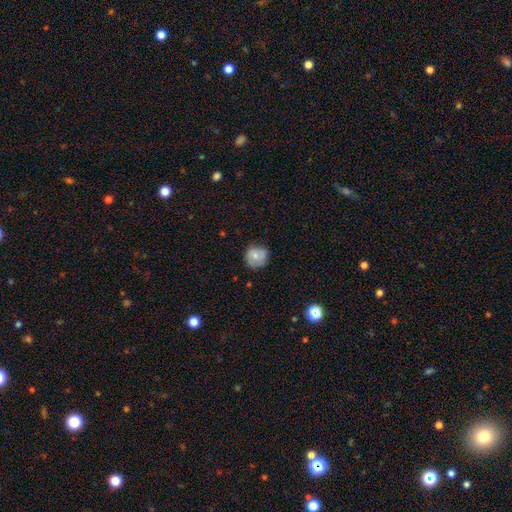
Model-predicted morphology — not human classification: Smooth or featured? smooth (73%)
How rounded? round (89%)
Merging? none (73%)